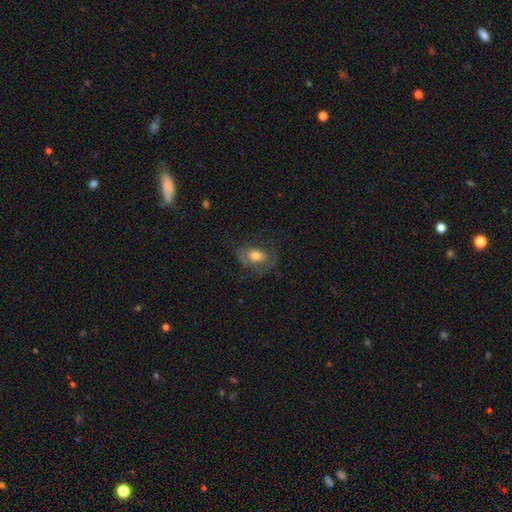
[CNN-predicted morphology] A smooth galaxy with no disk features (56%) that is in between round and cigar-shaped (75%). Merging: none (53%).